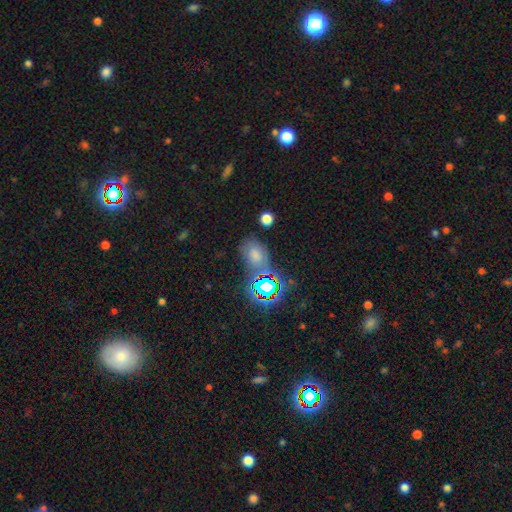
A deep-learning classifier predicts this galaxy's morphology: A smooth galaxy with no disk features (58%) that is in between round and cigar-shaped (79%). Merging: none (62%).